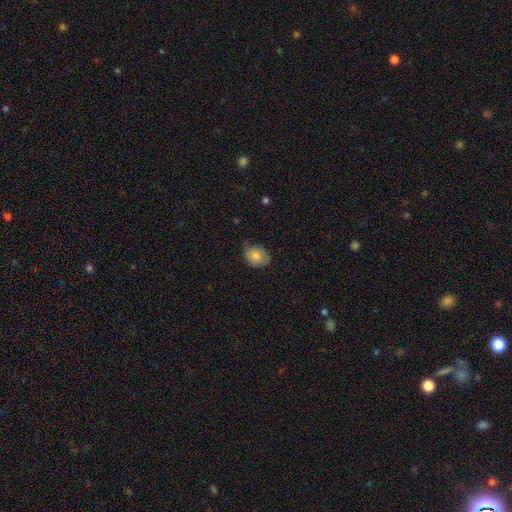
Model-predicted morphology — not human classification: A smooth galaxy with no disk features (81%) that is in between round and cigar-shaped (54%).

Vote fractions:
- Smooth or featured? smooth: 81% / featured or disk: 11% / star or artifact: 8%
- How rounded? in between: 54% / round: 45% / cigar-shaped: 1%
- Merging? none: 64% / minor disturbance: 30% / major disturbance: 5% / merger: 1%